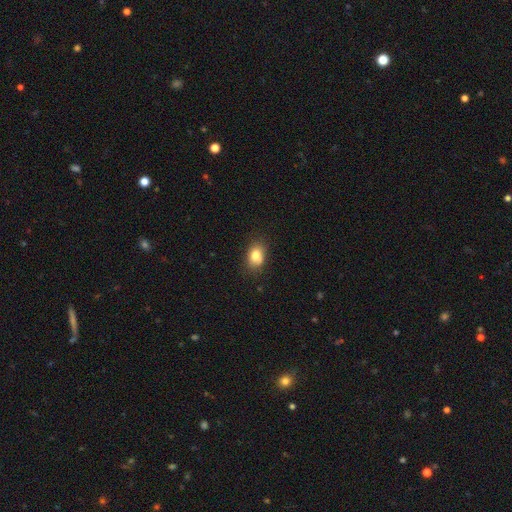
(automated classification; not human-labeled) Smooth or featured? Predicted: smooth (p=0.80). How rounded? Predicted: in between (p=0.71). Merging? Predicted: none (p=0.75).